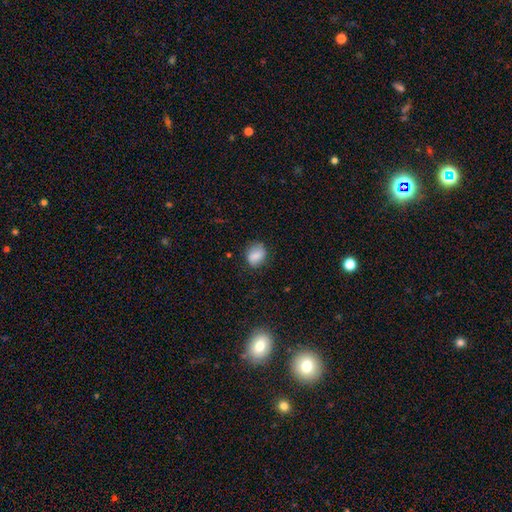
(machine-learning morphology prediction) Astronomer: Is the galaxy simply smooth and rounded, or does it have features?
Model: smooth — 80%.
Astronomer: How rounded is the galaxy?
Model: in between — 54% (runner-up: round, 44%).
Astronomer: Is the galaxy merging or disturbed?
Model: none — 73%.